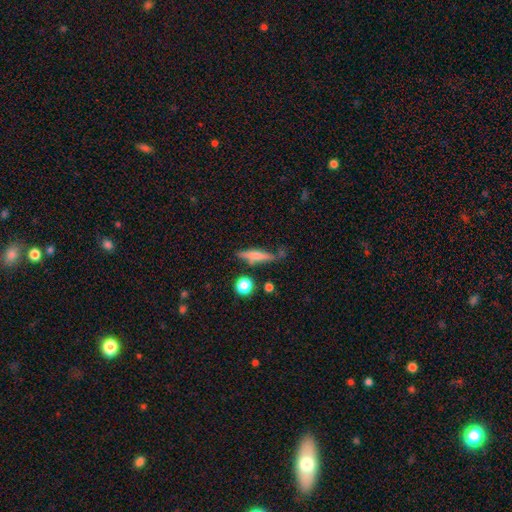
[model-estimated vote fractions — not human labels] Morphology: type=smooth (59%); roundness=cigar-shaped (81%); merging=none (67%).